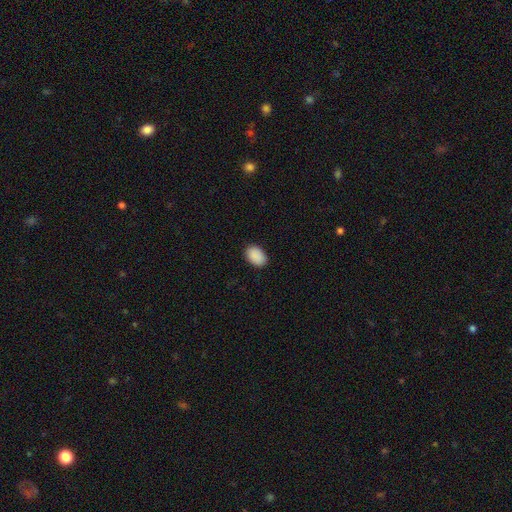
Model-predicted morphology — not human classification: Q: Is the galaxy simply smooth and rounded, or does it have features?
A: smooth — 91%.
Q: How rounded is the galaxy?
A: in between — 87%.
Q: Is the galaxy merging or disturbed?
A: none — 89%.